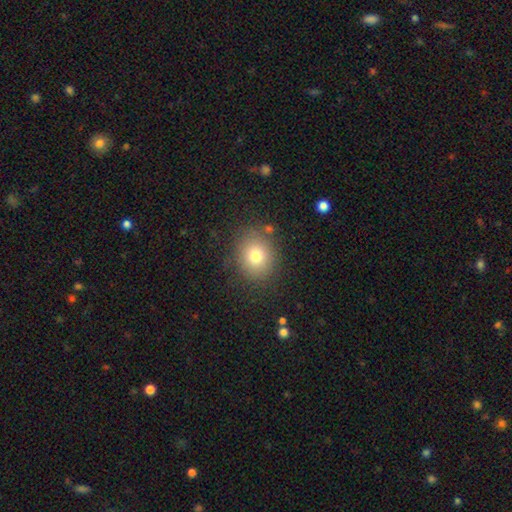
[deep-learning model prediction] smooth_or_featured: smooth (p=0.76) [alt: star or artifact p=0.13]
how_rounded: round (p=0.73) [alt: in between p=0.27]
merging: none (p=0.84) [alt: minor disturbance p=0.10]